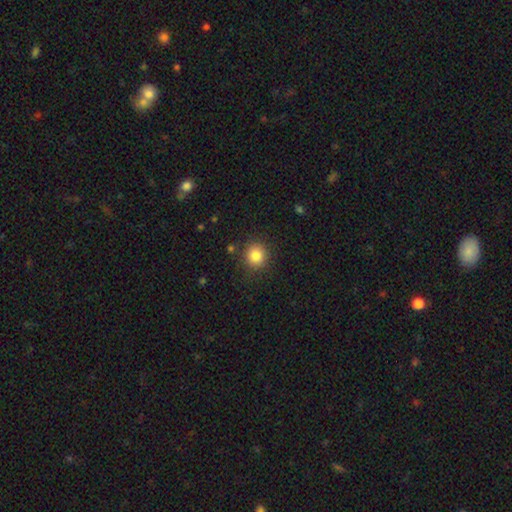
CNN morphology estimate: Smooth or featured?
  - smooth: 83% *
  - star or artifact: 11%
  - featured or disk: 6%
How rounded?
  - round: 90% *
  - in between: 9%
  - cigar-shaped: 1%
Merging?
  - none: 87% *
  - minor disturbance: 8%
  - major disturbance: 3%
  - merger: 2%